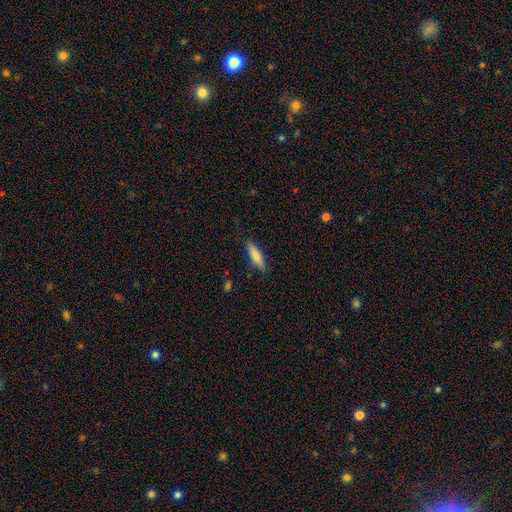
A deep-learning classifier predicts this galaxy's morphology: This is likely a smooth galaxy (79%). How rounded: likely cigar-shaped (67%). Merging: clearly none (85%).